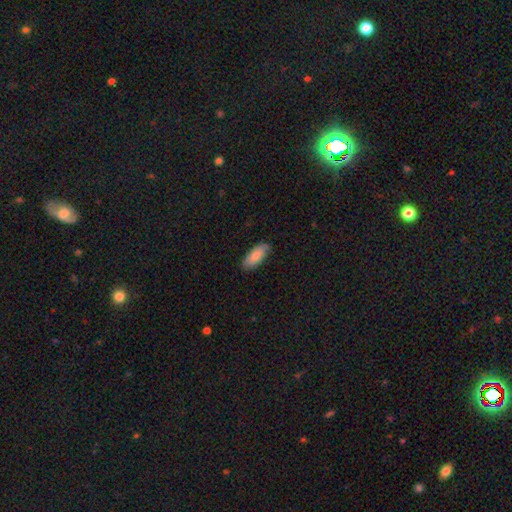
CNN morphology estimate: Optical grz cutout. It shows a smooth galaxy with no disk features (85%) that is in between round and cigar-shaped (85%). Merging: none (86%).